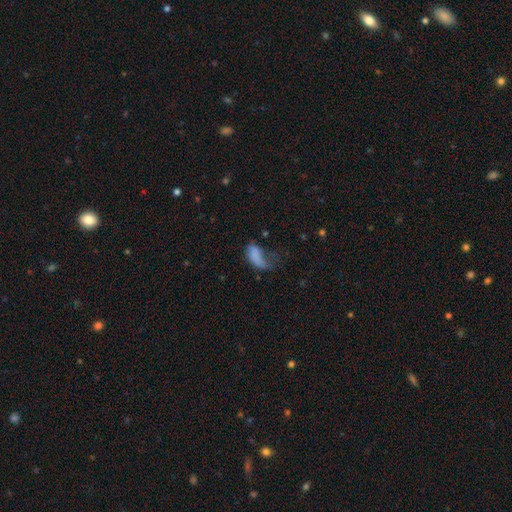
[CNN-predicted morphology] Smooth or featured?
  - smooth: 70% *
  - featured or disk: 20%
  - star or artifact: 10%
How rounded?
  - in between: 89% *
  - cigar-shaped: 6%
  - round: 5%
Merging?
  - major disturbance: 57% *
  - minor disturbance: 19%
  - none: 18%
  - merger: 5%